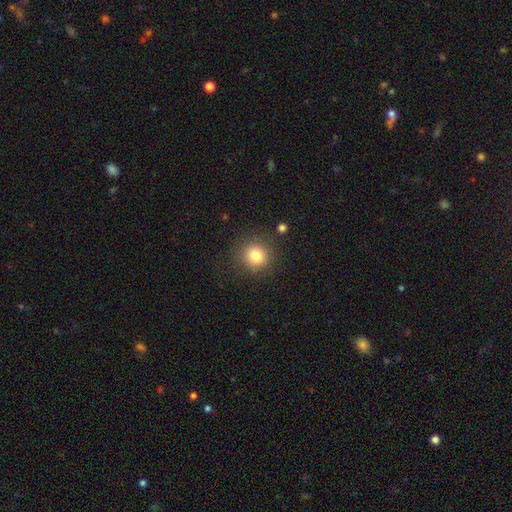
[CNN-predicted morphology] Q: Smooth or featured?
A: smooth (80%); runner-up: star or artifact (12%)
Q: How rounded?
A: round (92%); runner-up: in between (7%)
Q: Merging?
A: none (86%); runner-up: minor disturbance (8%)